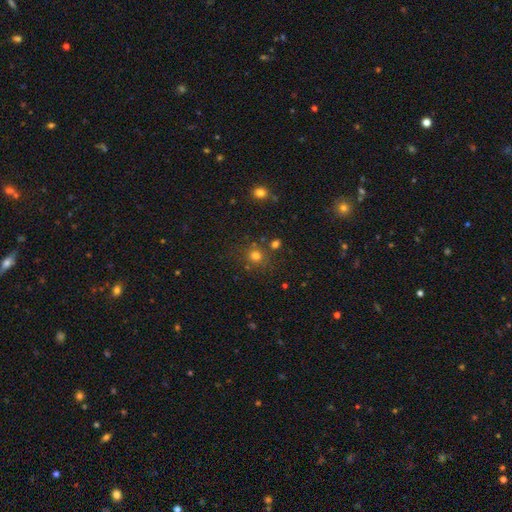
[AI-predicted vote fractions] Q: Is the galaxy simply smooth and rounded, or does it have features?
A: smooth — 74%.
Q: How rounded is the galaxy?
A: round — 88%.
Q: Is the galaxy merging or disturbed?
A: none — 77%.